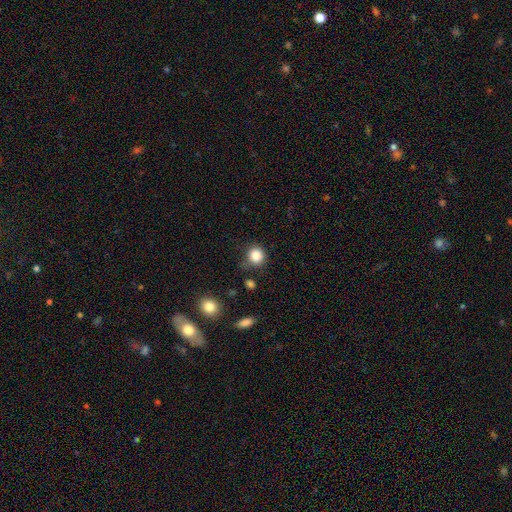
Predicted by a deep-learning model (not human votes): A smooth galaxy with no disk features (85%) that is round (87%).

Vote fractions:
- Smooth or featured? smooth: 85% / star or artifact: 11% / featured or disk: 5%
- How rounded? round: 87% / in between: 12% / cigar-shaped: 1%
- Merging? none: 70% / minor disturbance: 20% / major disturbance: 6% / merger: 4%